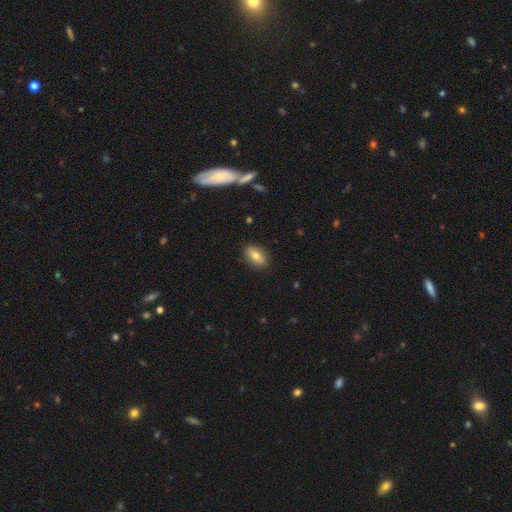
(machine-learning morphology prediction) Smooth or featured: smooth — 70% (featured or disk — 21%)
How rounded: in between — 83% (round — 11%)
Merging: none — 87% (minor disturbance — 9%)